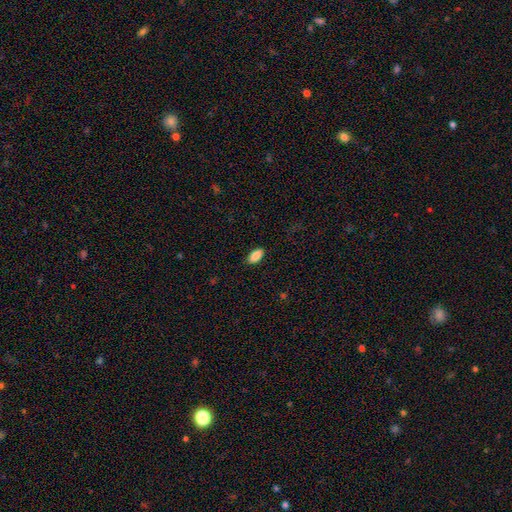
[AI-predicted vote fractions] This appears to be a smooth galaxy with no disk features (88%) that is in between round and cigar-shaped (93%). Merging: none (87%).